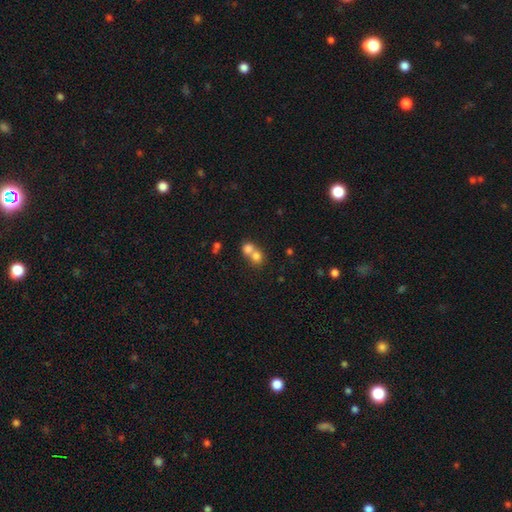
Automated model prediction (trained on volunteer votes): The model was most divided on "merging": merger: 66%, none: 28%, minor disturbance: 4%, major disturbance: 2%. More confident: how rounded — round (77%); smooth or featured — smooth (75%).